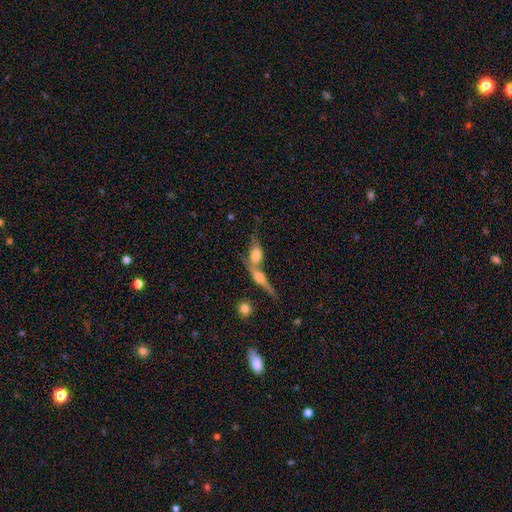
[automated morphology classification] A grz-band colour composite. It shows a smooth galaxy with no disk features (56%) that is in between round and cigar-shaped (68%). Merging: merger (64%).